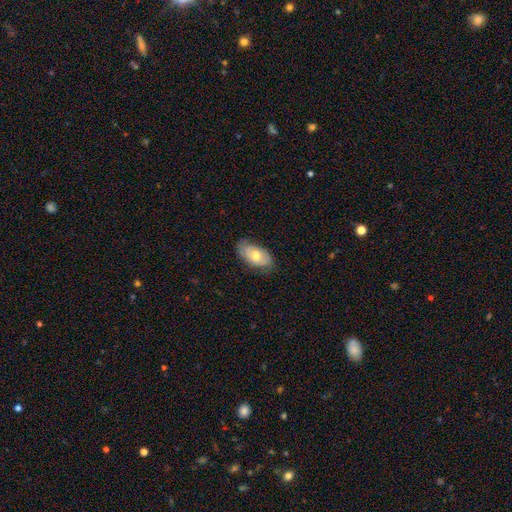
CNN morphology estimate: Overall: smooth (58%; featured or disk 36%). How rounded: in between (93%). Merging: none (72%).